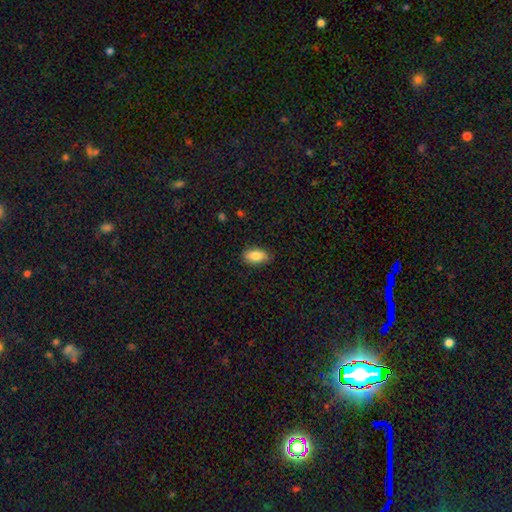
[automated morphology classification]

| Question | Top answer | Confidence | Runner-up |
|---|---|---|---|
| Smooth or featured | smooth | 85% | featured or disk (9%) |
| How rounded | in between | 91% | cigar-shaped (5%) |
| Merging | none | 84% | minor disturbance (12%) |